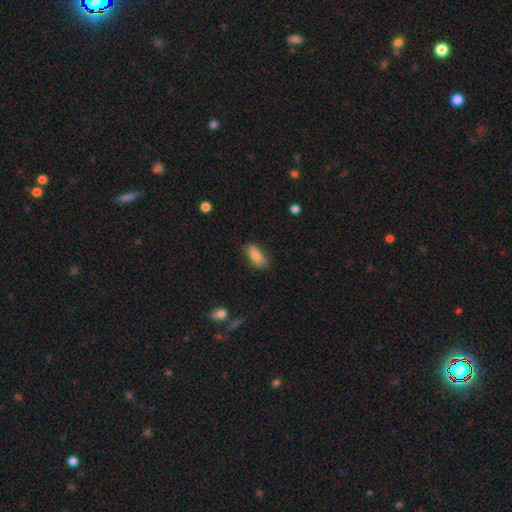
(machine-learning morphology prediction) Overall: smooth (81%). How rounded: in between (83%). Merging: none (77%).